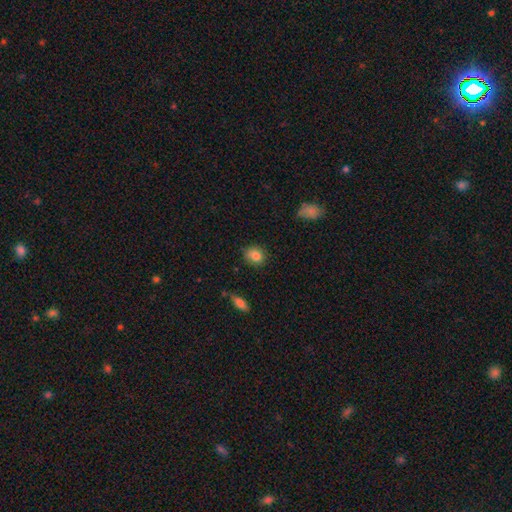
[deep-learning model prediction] smooth 84%, star or artifact 9%, featured or disk 7%. Down the decision tree: how rounded — round (72%); merging — none (81%).